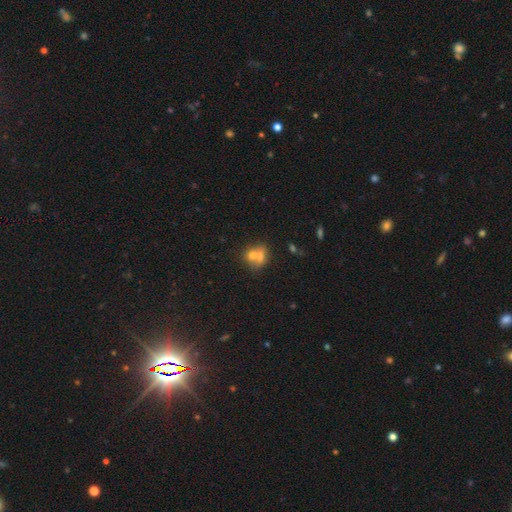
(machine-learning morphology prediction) smooth 67%, featured or disk 22%, star or artifact 11%. Down the decision tree: how rounded — round (58%); merging — merger (61%).